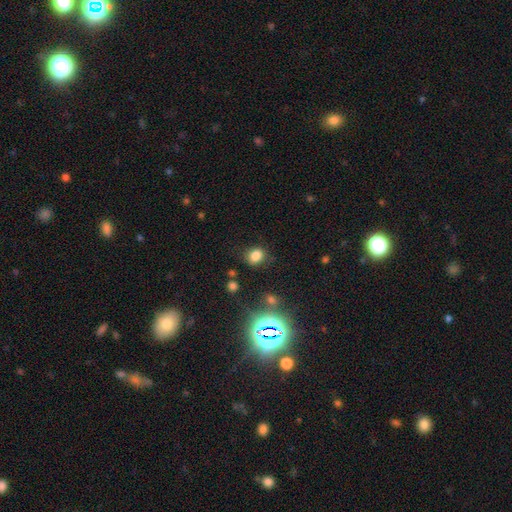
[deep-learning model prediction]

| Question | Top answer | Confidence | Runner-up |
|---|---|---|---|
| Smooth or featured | smooth | 78% | star or artifact (16%) |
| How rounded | round | 54% | in between (45%) |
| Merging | none | 79% | minor disturbance (13%) |